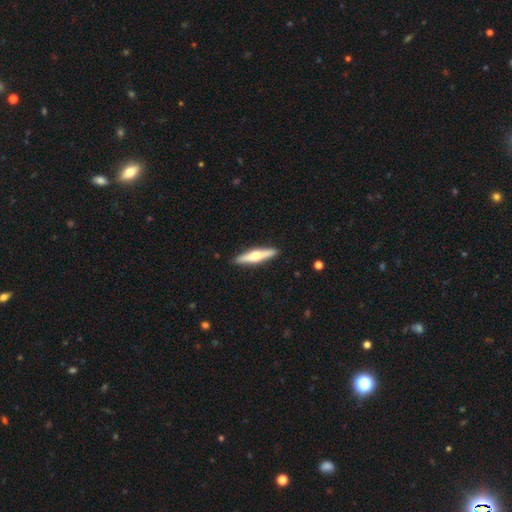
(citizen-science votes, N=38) A featured or disk galaxy (71%) viewed edge-on (100%) with a rounded central bulge (93%). Merging: none (92%).